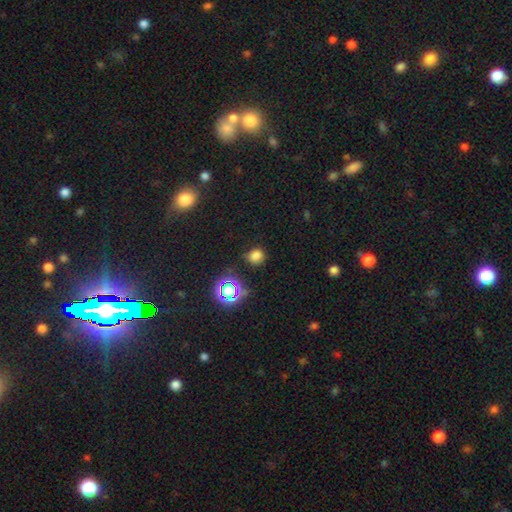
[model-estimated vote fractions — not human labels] Smooth or featured: smooth — 72% (star or artifact — 23%)
How rounded: round — 79% (in between — 20%)
Merging: none — 79% (minor disturbance — 14%)